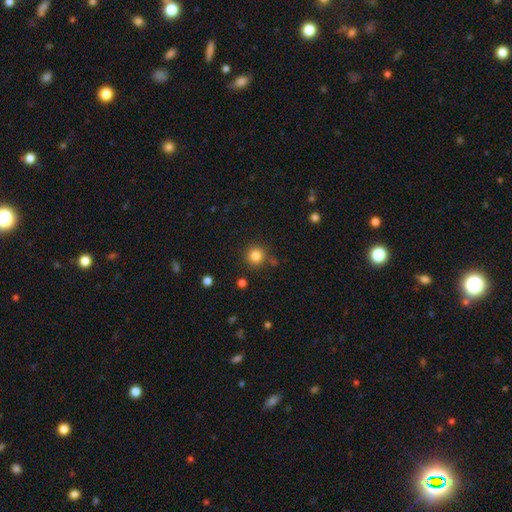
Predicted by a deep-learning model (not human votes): Q: Smooth or featured?
A: smooth (84%); runner-up: star or artifact (12%)
Q: How rounded?
A: round (94%); runner-up: in between (5%)
Q: Merging?
A: none (83%); runner-up: minor disturbance (8%)